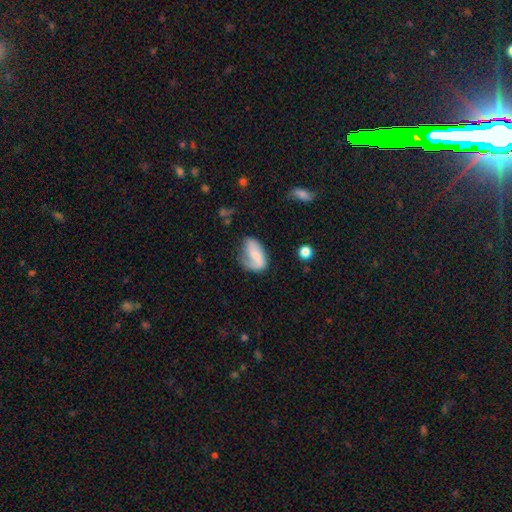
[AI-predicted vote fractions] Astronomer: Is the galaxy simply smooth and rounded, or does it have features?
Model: featured or disk — 50% (runner-up: smooth, 43%).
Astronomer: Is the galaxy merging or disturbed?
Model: none — 47% (runner-up: minor disturbance, 29%).